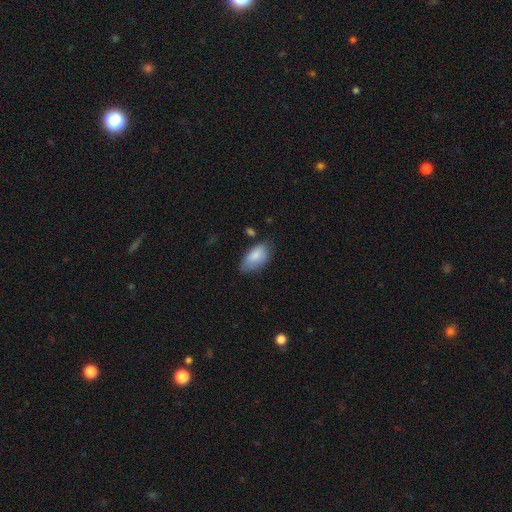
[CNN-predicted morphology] A smooth galaxy with no disk features (81%) that is in between round and cigar-shaped (93%).

Vote fractions:
- Smooth or featured? smooth: 81% / featured or disk: 12% / star or artifact: 7%
- How rounded? in between: 93% / cigar-shaped: 4% / round: 3%
- Merging? none: 54% / minor disturbance: 34% / major disturbance: 9% / merger: 4%